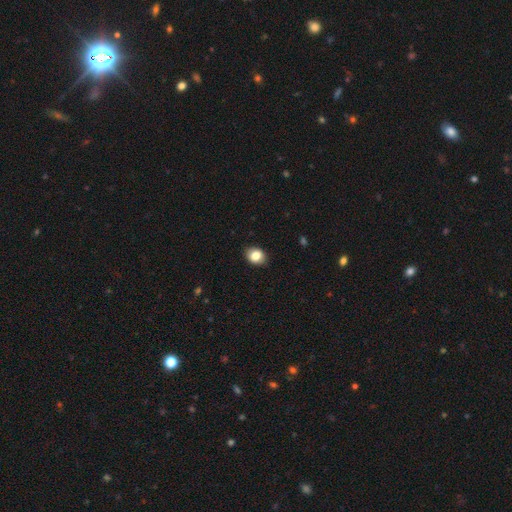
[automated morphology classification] Overall: smooth (83%). How rounded: round (50%; in between 49%). Merging: none (88%).